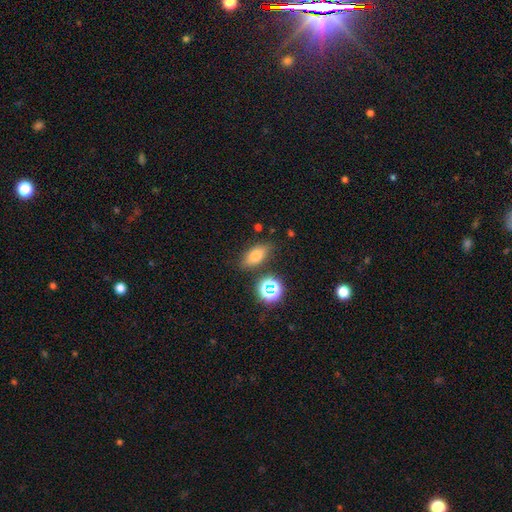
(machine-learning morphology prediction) The model was most divided on "smooth or featured": smooth: 69%, featured or disk: 16%, star or artifact: 14%. More confident: merging — none (79%); how rounded — in between (77%).